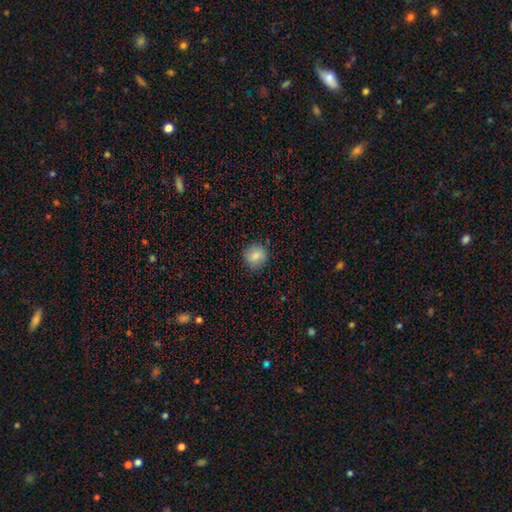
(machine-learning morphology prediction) smooth 85%, star or artifact 9%, featured or disk 6%. Down the decision tree: how rounded — round (81%); merging — none (86%).